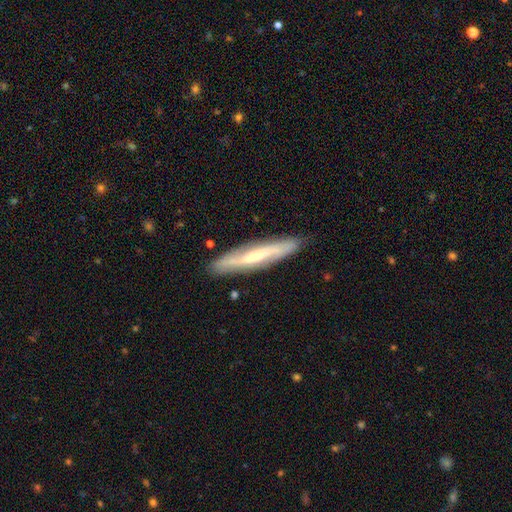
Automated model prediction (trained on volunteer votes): featured or disk 62%, smooth 33%, star or artifact 6%. Down the decision tree: edge-on disk — yes (61%); merging — none (86%).